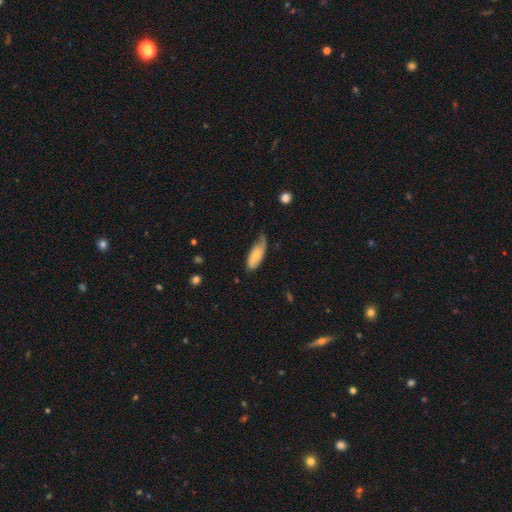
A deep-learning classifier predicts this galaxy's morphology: type=smooth (67%); roundness=in between (74%); merging=none (46%).